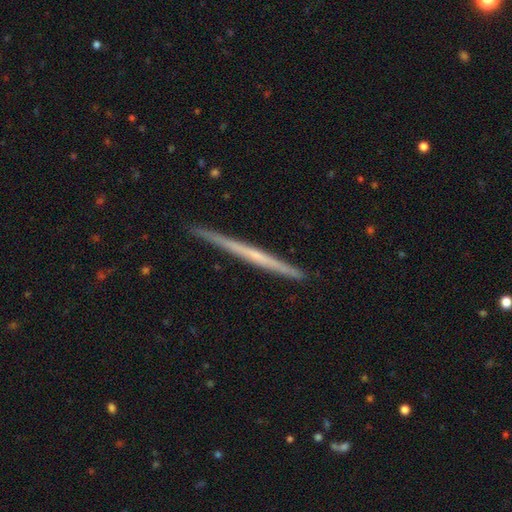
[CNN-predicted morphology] Overall: featured or disk (63%; smooth 32%). Edge-on disk: yes (98%). Edge-on bulge: none (82%). Merging: none (91%).